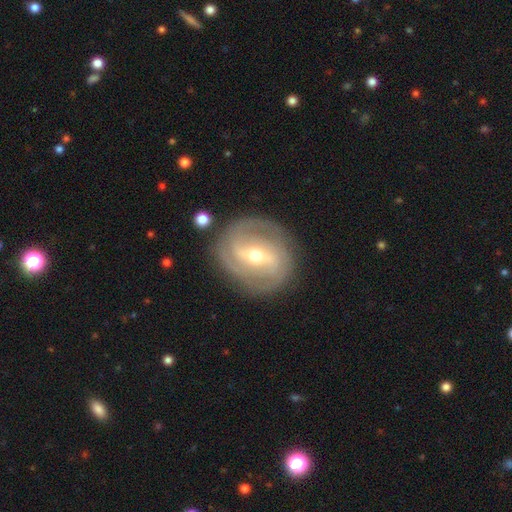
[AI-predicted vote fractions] This is clearly a featured or disk galaxy (83%). It is clearly not viewed edge-on (96%). Bar: marginally strong (45%). Spiral arm pattern: clearly yes (89%). Spiral arm count: possibly 2 (56%). Spiral winding: possibly tight (50%). Central bulge: possibly moderate (58%). Merging: clearly none (81%).